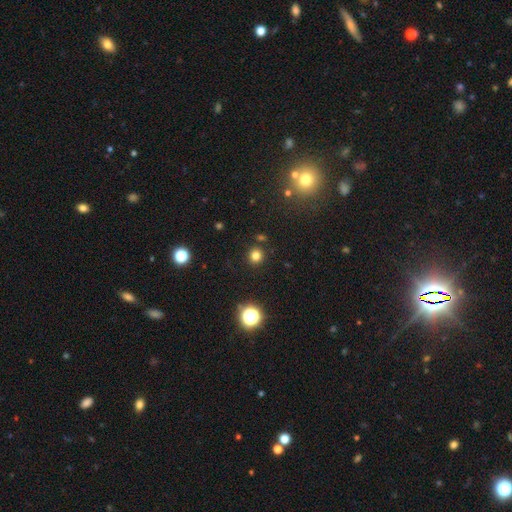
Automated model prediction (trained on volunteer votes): smooth-or-featured: smooth: 78% | star or artifact: 17% | featured or disk: 5%
  how-rounded: round: 93% | in between: 6% | cigar-shaped: 1%
  merging: none: 89% | minor disturbance: 6% | merger: 3% | major disturbance: 2%